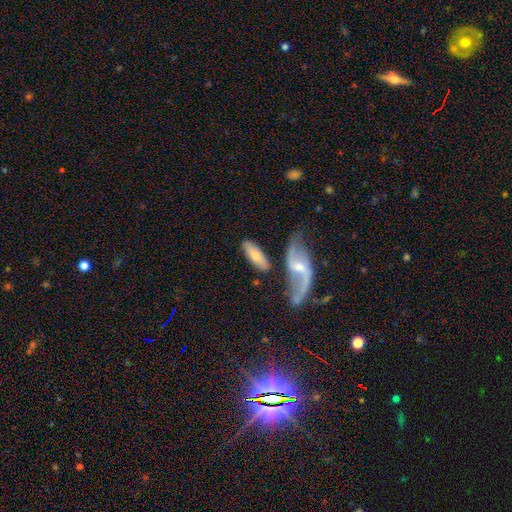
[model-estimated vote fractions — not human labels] smooth-or-featured: smooth: 55% | featured or disk: 39% | star or artifact: 5%
  how-rounded: in between: 63% | cigar-shaped: 33% | round: 3%
  merging: none: 62% | minor disturbance: 16% | merger: 15% | major disturbance: 7%